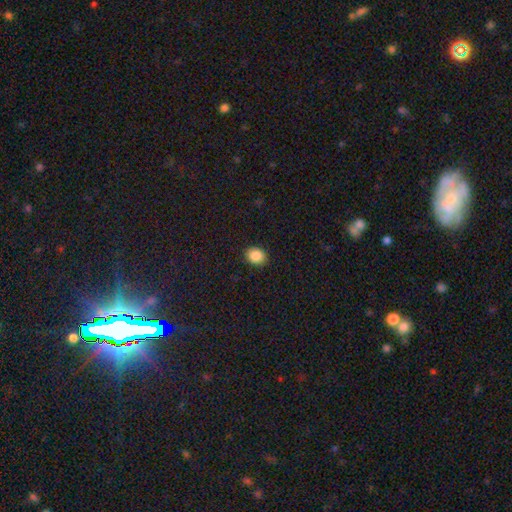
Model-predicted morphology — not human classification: Smooth or featured? Predicted: smooth (p=0.87). How rounded? Predicted: in between (p=0.50). Merging? Predicted: none (p=0.90).